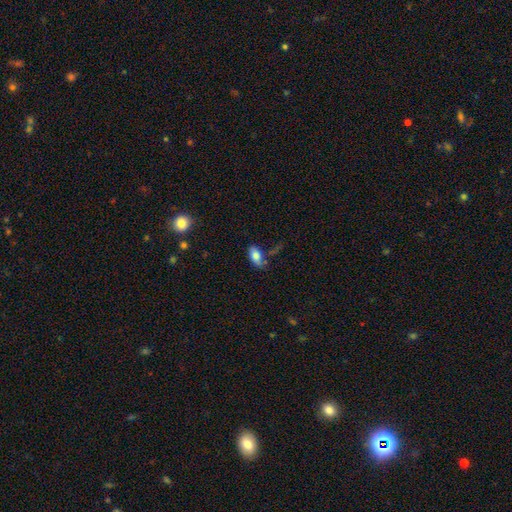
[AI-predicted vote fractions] Smooth or featured? Predicted: smooth (p=0.81). How rounded? Predicted: in between (p=0.91). Merging? Predicted: none (p=0.59).